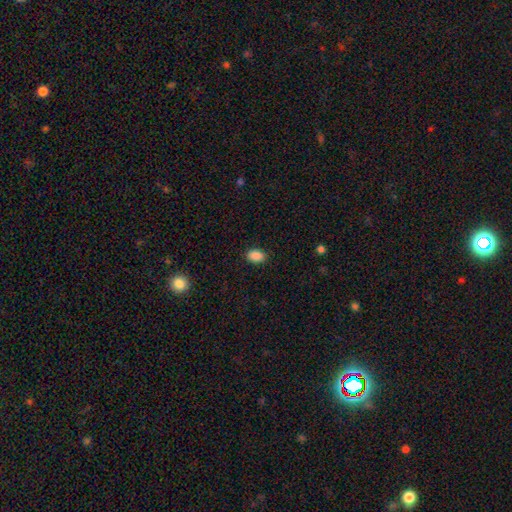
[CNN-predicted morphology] This appears to be a smooth galaxy with no disk features (89%) that is in between round and cigar-shaped (86%). Merging: none (89%).